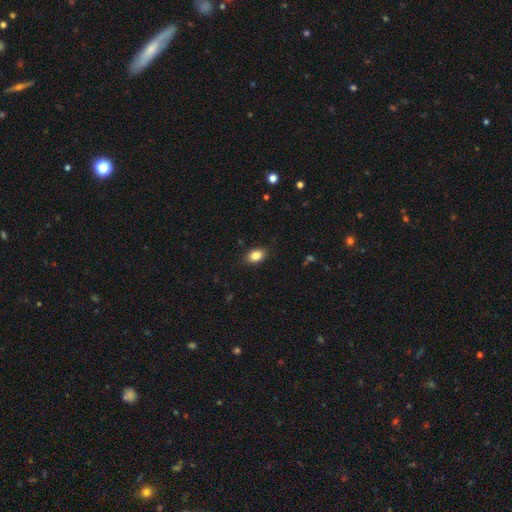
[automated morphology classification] smooth 86%, star or artifact 9%, featured or disk 6%. Down the decision tree: how rounded — in between (76%); merging — none (87%).